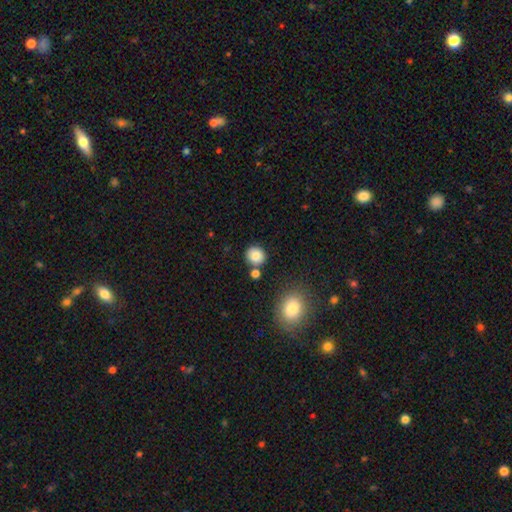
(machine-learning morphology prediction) Smooth or featured?
  - smooth: 84% *
  - star or artifact: 9%
  - featured or disk: 7%
How rounded?
  - round: 85% *
  - in between: 14%
  - cigar-shaped: 1%
Merging?
  - none: 78% *
  - merger: 10%
  - minor disturbance: 9%
  - major disturbance: 3%